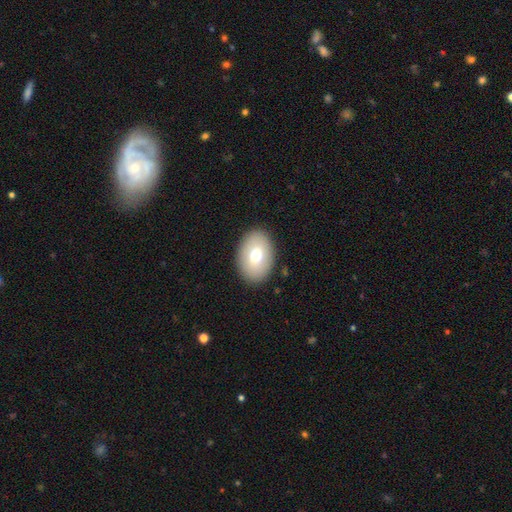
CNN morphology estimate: smooth-or-featured: smooth: 72% | featured or disk: 21% | star or artifact: 8%
  how-rounded: in between: 84% | round: 15% | cigar-shaped: 1%
  merging: none: 89% | minor disturbance: 8% | major disturbance: 2% | merger: 1%